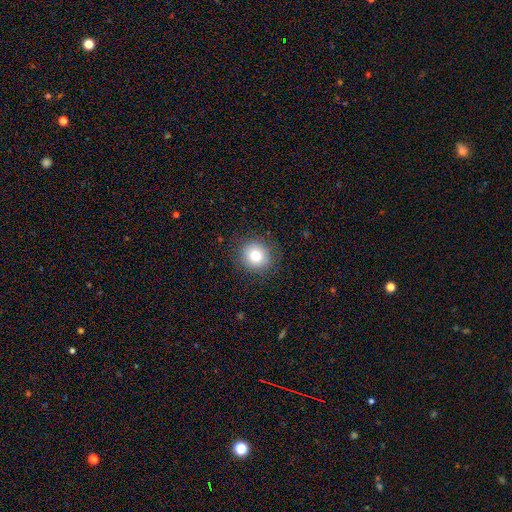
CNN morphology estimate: smooth-or-featured: smooth: 78% | star or artifact: 12% | featured or disk: 10%
  how-rounded: round: 87% | in between: 12% | cigar-shaped: 1%
  merging: none: 88% | minor disturbance: 8% | major disturbance: 3% | merger: 1%